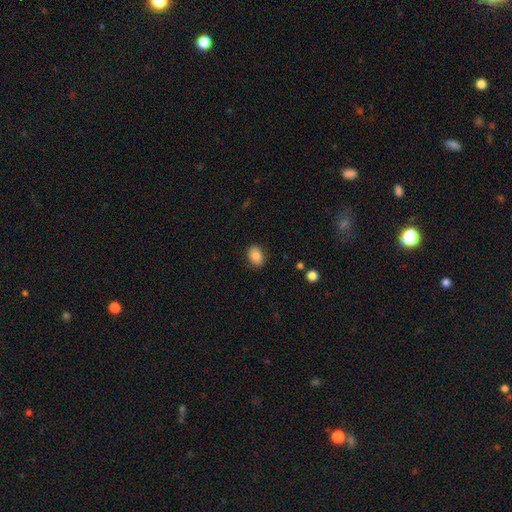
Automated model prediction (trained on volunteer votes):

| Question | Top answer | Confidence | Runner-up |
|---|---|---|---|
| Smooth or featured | smooth | 84% | star or artifact (8%) |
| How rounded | in between | 78% | round (21%) |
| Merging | none | 87% | minor disturbance (9%) |